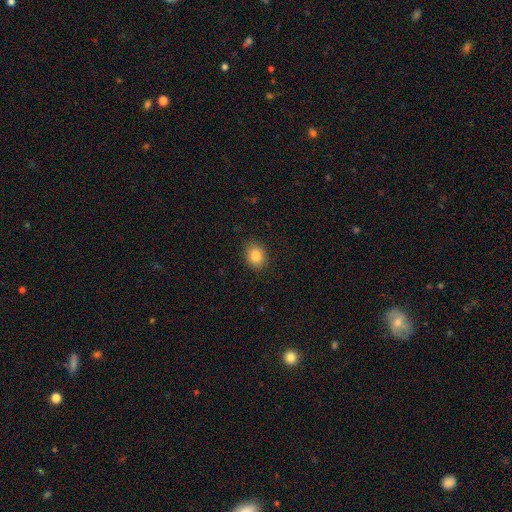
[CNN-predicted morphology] smooth-or-featured: smooth: 84% | star or artifact: 10% | featured or disk: 6%
  how-rounded: round: 52% | in between: 47% | cigar-shaped: 1%
  merging: none: 88% | minor disturbance: 9% | major disturbance: 2% | merger: 1%